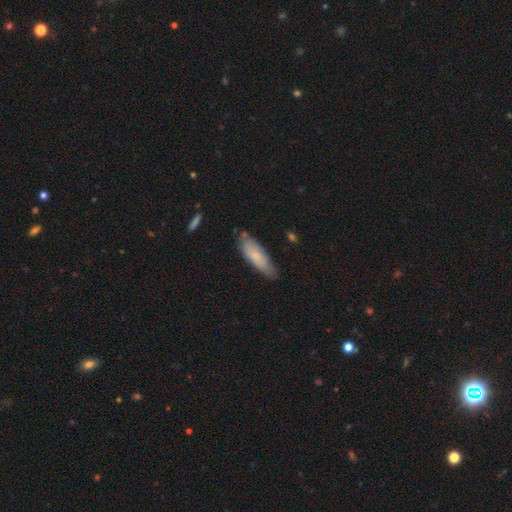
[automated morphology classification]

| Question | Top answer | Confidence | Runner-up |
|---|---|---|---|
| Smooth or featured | smooth | 77% | featured or disk (17%) |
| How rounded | cigar-shaped | 50% | in between (48%) |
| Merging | none | 72% | minor disturbance (22%) |